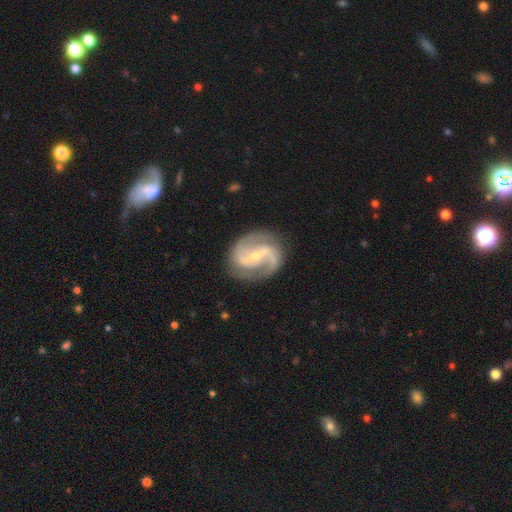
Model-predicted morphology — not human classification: Smooth or featured?
  - featured or disk: 90% *
  - smooth: 6%
  - star or artifact: 4%
Edge-on disk?
  - no: 98% *
  - yes: 2%
Bar?
  - weak: 40% *
  - strong: 34%
  - no: 26%
Spiral arms?
  - yes: 97% *
  - no: 3%
Spiral winding?
  - medium: 54% *
  - loose: 27%
  - tight: 18%
Spiral arm count?
  - 2: 92% *
  - can't tell: 2%
  - 1: 2%
  - 3: 2%
  - 4: 1%
  - more than 4: 1%
Bulge size?
  - small: 64% *
  - moderate: 31%
  - none: 2%
  - large: 1%
  - dominant: 1%
Merging?
  - none: 82% *
  - minor disturbance: 13%
  - major disturbance: 4%
  - merger: 1%